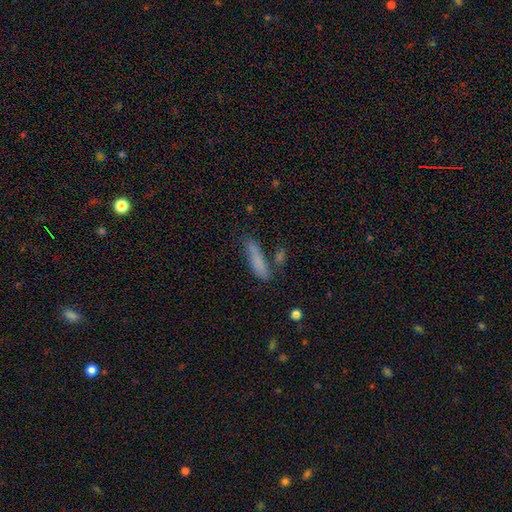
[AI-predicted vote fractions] A smooth galaxy with no disk features (77%) that is cigar-shaped (76%).

Vote fractions:
- Smooth or featured? smooth: 77% / featured or disk: 14% / star or artifact: 10%
- How rounded? cigar-shaped: 76% / in between: 22% / round: 2%
- Merging? none: 63% / minor disturbance: 20% / merger: 10% / major disturbance: 7%